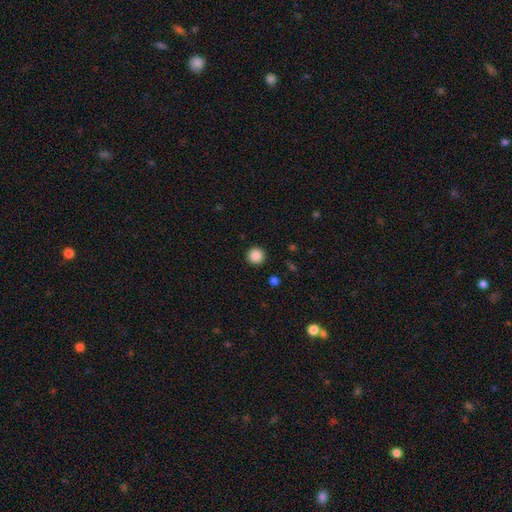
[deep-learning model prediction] smooth-or-featured: smooth: 87% | star or artifact: 10% | featured or disk: 3%
  how-rounded: round: 96% | in between: 3% | cigar-shaped: 1%
  merging: none: 93% | minor disturbance: 5% | major disturbance: 2% | merger: 1%